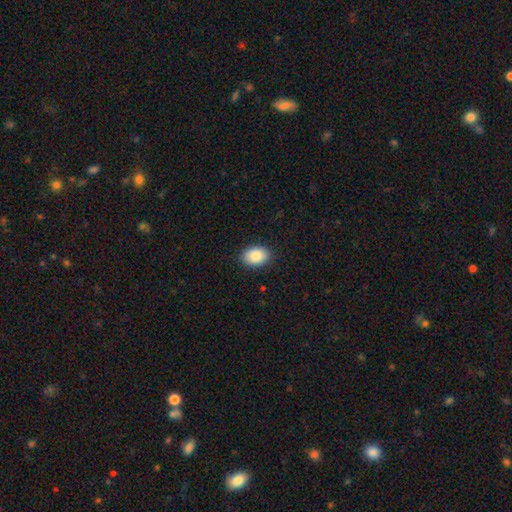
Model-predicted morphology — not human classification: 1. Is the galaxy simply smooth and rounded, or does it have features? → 88% smooth, 7% star or artifact, 5% featured or disk.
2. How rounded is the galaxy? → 84% in between, 15% round, 1% cigar-shaped.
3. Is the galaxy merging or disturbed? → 89% none, 8% minor disturbance, 2% major disturbance, 1% merger.